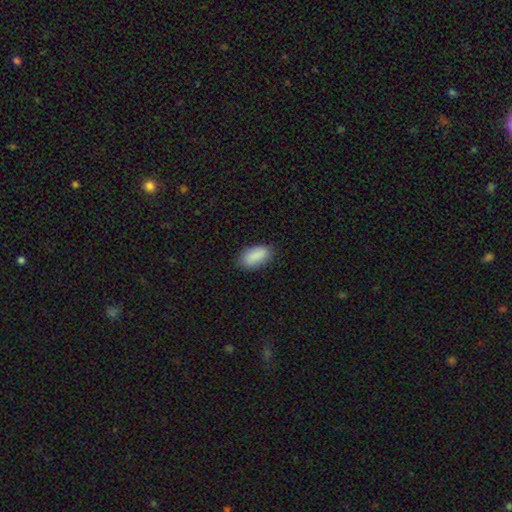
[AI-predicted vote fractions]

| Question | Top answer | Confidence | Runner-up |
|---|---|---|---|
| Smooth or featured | smooth | 89% | star or artifact (6%) |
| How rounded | in between | 93% | cigar-shaped (4%) |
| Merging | none | 83% | minor disturbance (13%) |